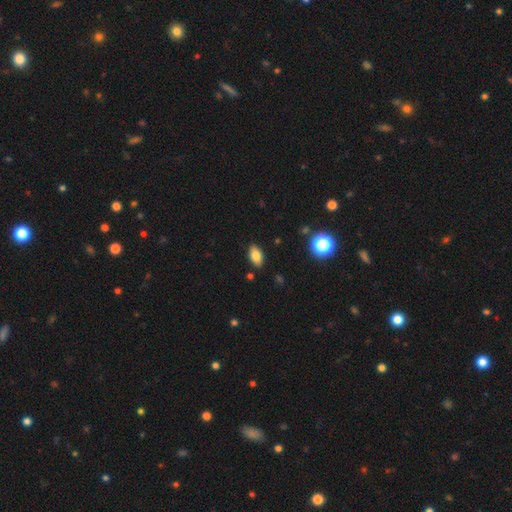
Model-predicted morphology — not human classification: smooth_or_featured: smooth (p=0.78) [alt: featured or disk p=0.12]
how_rounded: in between (p=0.91) [alt: round p=0.06]
merging: none (p=0.87) [alt: minor disturbance p=0.09]